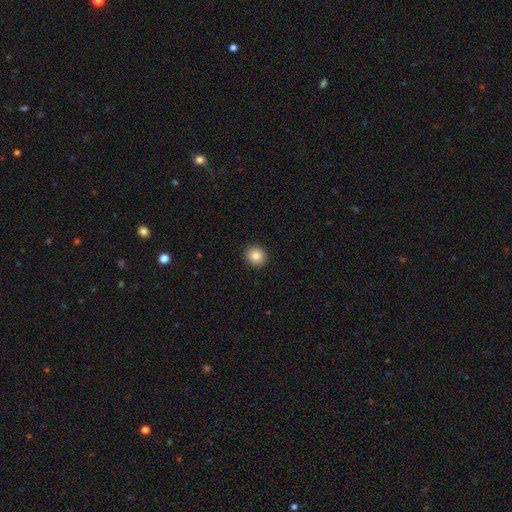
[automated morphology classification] A smooth galaxy with no disk features (84%) that is round (89%). Merging: none (93%).